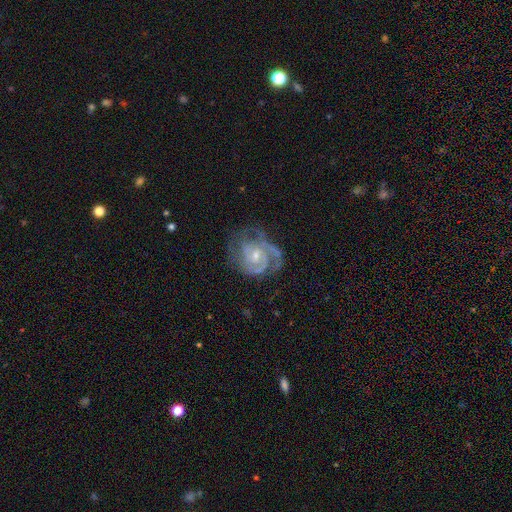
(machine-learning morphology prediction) A featured or disk galaxy (86%) with no bar (64%), 2 (36%) tight (60%) spiral arms (95%) and a small central bulge (58%).

Vote fractions:
- Smooth or featured? featured or disk: 86% / smooth: 8% / star or artifact: 6%
- Edge-on disk? no: 98% / yes: 2%
- Bar? no: 64% / weak: 30% / strong: 6%
- Spiral arms? yes: 95% / no: 5%
- Spiral winding? tight: 60% / medium: 33% / loose: 7%
- Spiral arm count? 2: 36% / 3: 26% / can't tell: 22% / 1: 6% / 4: 6% / more than 4: 4%
- Bulge size? small: 58% / moderate: 37% / none: 3% / large: 1% / dominant: 1%
- Merging? none: 62% / minor disturbance: 22% / major disturbance: 15% / merger: 2%